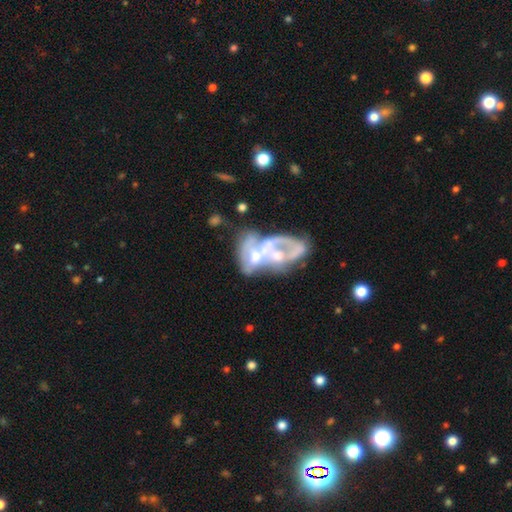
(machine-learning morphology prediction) smooth-or-featured: featured or disk: 72% | smooth: 17% | star or artifact: 10%
  disk-edge-on: no: 97% | yes: 3%
    bar: no: 79% | weak: 15% | strong: 6%
    has-spiral-arms: no: 68% | yes: 32%
    bulge-size: moderate: 43% | small: 27% | none: 23% | large: 5% | dominant: 2%
  merging: merger: 62% | major disturbance: 18% | none: 12% | minor disturbance: 8%